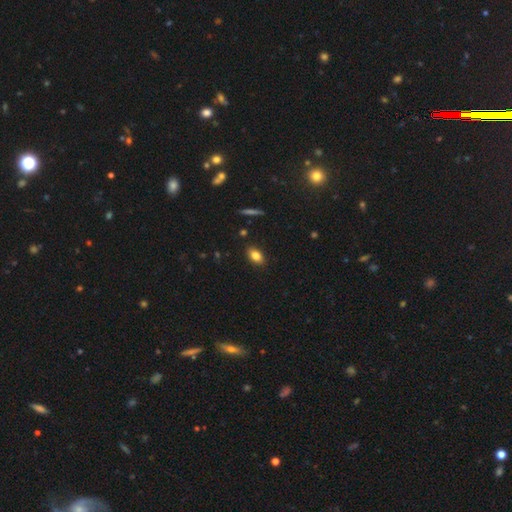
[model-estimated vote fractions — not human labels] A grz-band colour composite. It shows a smooth galaxy with no disk features (83%) that is in between round and cigar-shaped (85%). Merging: none (87%).